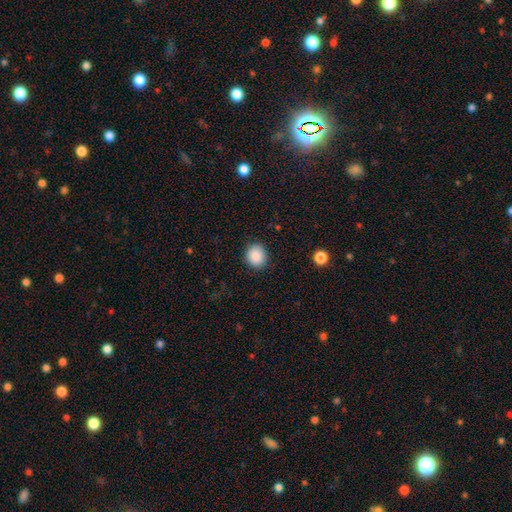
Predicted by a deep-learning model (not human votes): smooth_or_featured: smooth (p=0.88) [alt: star or artifact p=0.09]
how_rounded: round (p=0.78) [alt: in between p=0.21]
merging: none (p=0.88) [alt: minor disturbance p=0.09]